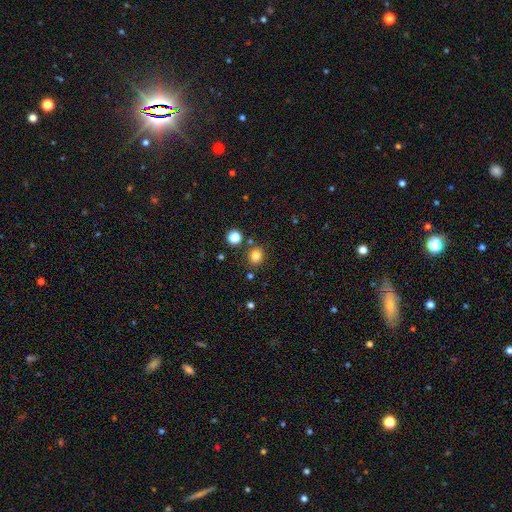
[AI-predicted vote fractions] Overall: smooth (81%). How rounded: round (76%). Merging: none (82%).